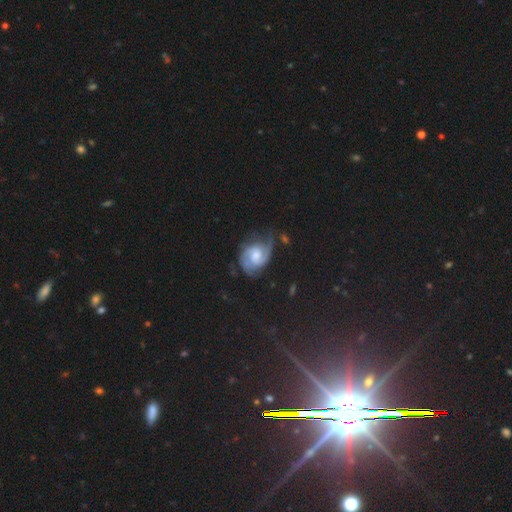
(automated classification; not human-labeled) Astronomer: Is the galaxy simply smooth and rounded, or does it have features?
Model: featured or disk — 83%.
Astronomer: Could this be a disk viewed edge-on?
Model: no — 98%.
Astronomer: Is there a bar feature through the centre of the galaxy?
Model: no — 52% (runner-up: weak, 41%).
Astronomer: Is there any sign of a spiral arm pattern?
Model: yes — 97%.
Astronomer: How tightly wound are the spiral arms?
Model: medium — 46% (runner-up: tight, 42%).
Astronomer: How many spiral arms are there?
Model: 2 — 74%.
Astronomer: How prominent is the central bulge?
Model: moderate — 53% (runner-up: small, 30%).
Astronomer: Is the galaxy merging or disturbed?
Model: none — 59%.